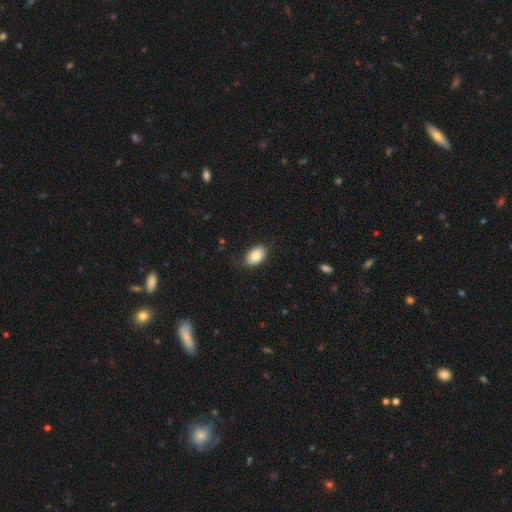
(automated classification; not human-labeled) Q: Smooth or featured?
A: smooth (83%); runner-up: featured or disk (10%)
Q: How rounded?
A: in between (91%); runner-up: round (8%)
Q: Merging?
A: none (82%); runner-up: minor disturbance (14%)